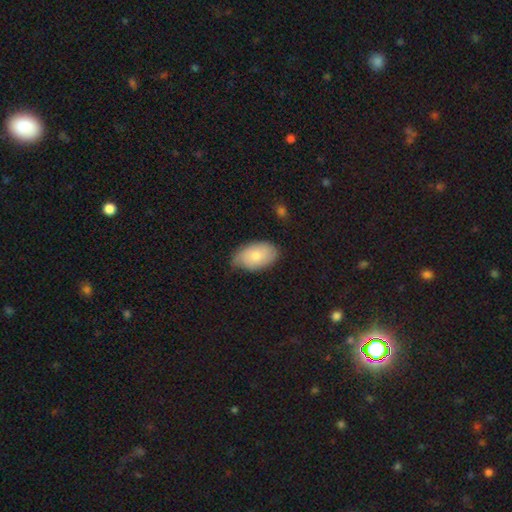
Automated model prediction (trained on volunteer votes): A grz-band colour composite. It shows a smooth galaxy with no disk features (73%) that is in between round and cigar-shaped (94%). Merging: none (63%).